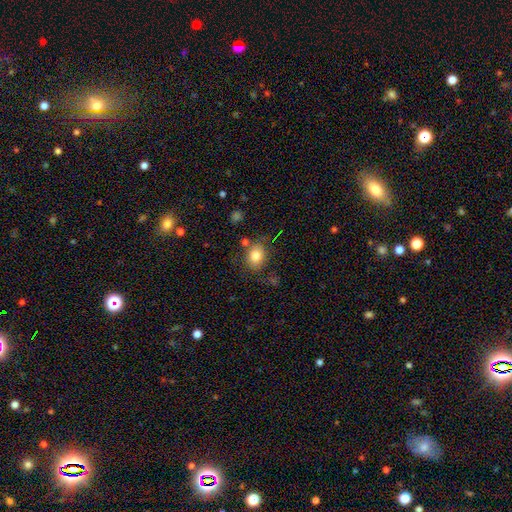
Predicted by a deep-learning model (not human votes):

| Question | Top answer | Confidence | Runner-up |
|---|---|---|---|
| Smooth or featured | smooth | 82% | star or artifact (10%) |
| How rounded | in between | 55% | round (44%) |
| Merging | none | 73% | minor disturbance (15%) |